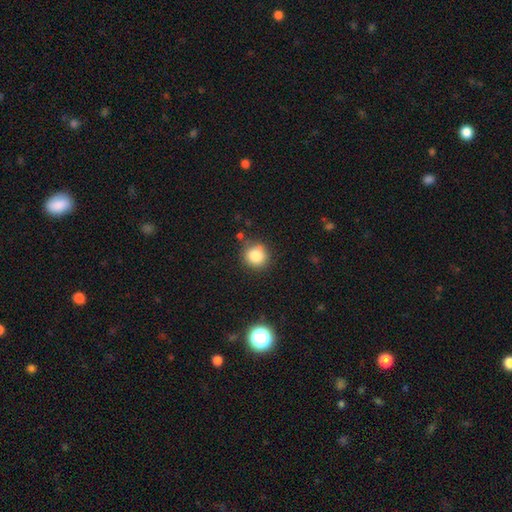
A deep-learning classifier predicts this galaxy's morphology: Overall: smooth (83%). How rounded: round (91%). Merging: none (82%).